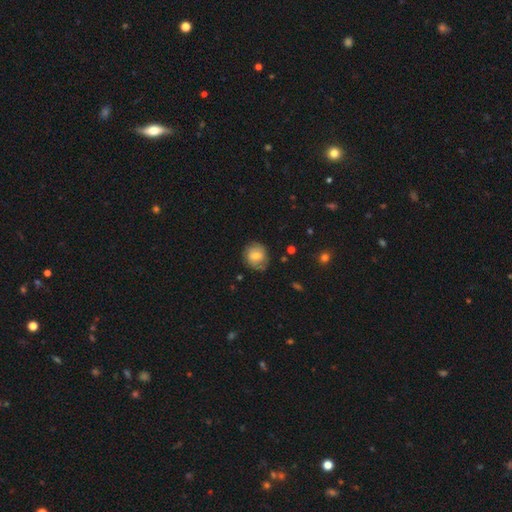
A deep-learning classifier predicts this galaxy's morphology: smooth_or_featured: smooth (p=0.66) [alt: featured or disk p=0.26]
how_rounded: round (p=0.76) [alt: in between p=0.23]
merging: none (p=0.73) [alt: minor disturbance p=0.21]